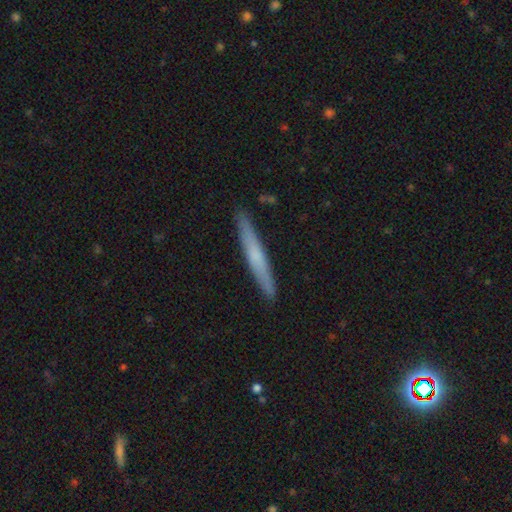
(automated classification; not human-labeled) This is possibly a smooth galaxy (53%). How rounded: clearly cigar-shaped (96%). Merging: clearly none (91%).